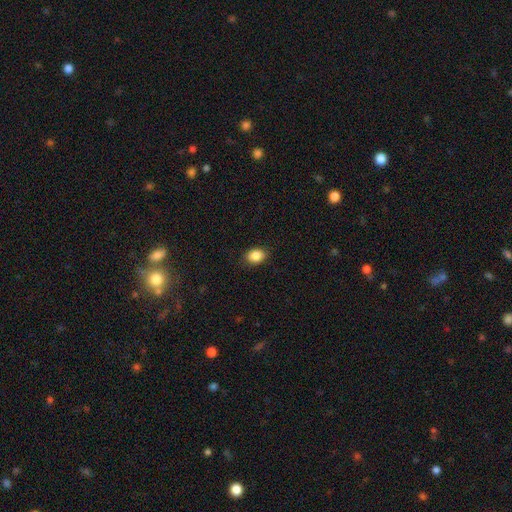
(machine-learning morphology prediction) A smooth galaxy with no disk features (87%) that is in between round and cigar-shaped (71%). Merging: none (87%).